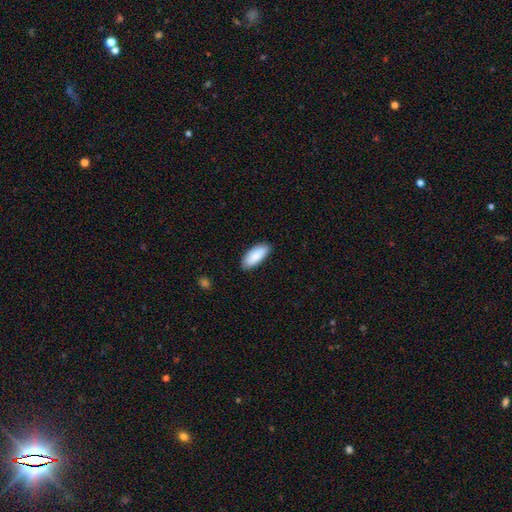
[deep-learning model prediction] Smooth or featured?
  - smooth: 89% *
  - featured or disk: 6%
  - star or artifact: 5%
How rounded?
  - in between: 82% *
  - cigar-shaped: 16%
  - round: 2%
Merging?
  - none: 86% *
  - minor disturbance: 11%
  - major disturbance: 2%
  - merger: 1%